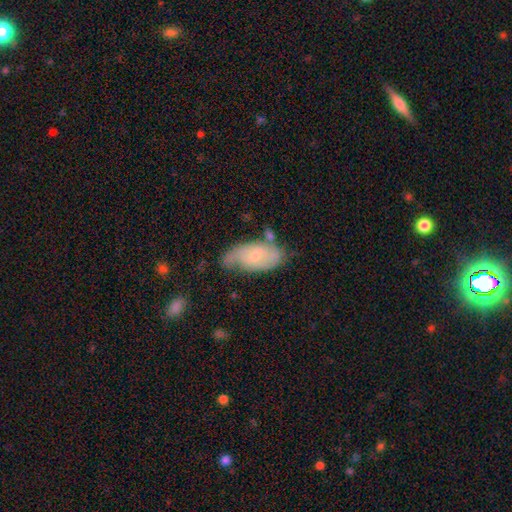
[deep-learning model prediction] This is possibly a smooth galaxy (47%). Merging: possibly none (48%).